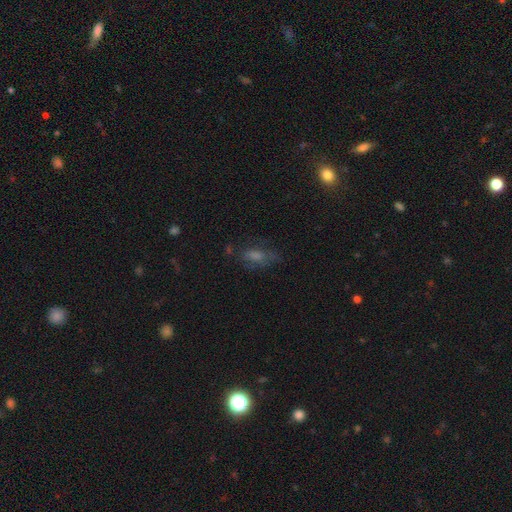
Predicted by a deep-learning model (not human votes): Smooth or featured? smooth (43%)
Merging? none (62%)